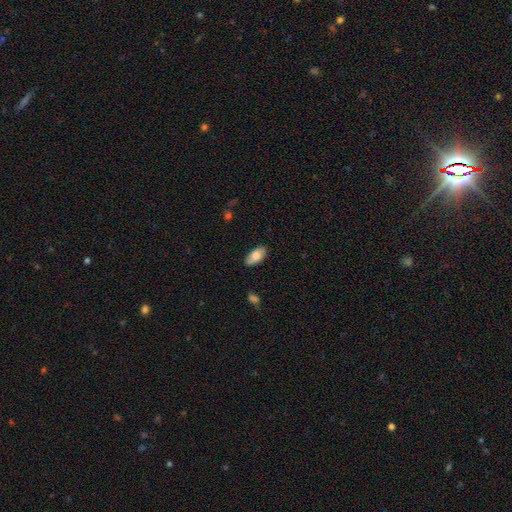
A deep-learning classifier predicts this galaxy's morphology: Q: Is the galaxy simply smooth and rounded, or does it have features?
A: smooth — 79%.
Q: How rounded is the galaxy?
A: in between — 93%.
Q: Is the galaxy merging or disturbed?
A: none — 84%.